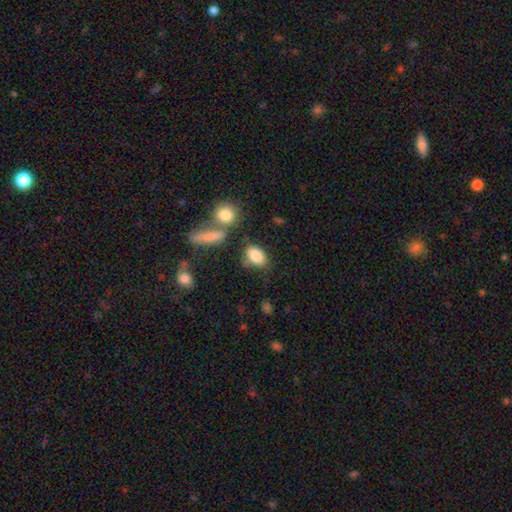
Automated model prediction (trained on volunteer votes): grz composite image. It shows a smooth galaxy with no disk features (85%) that is in between round and cigar-shaped (87%). Merging: none (61%).